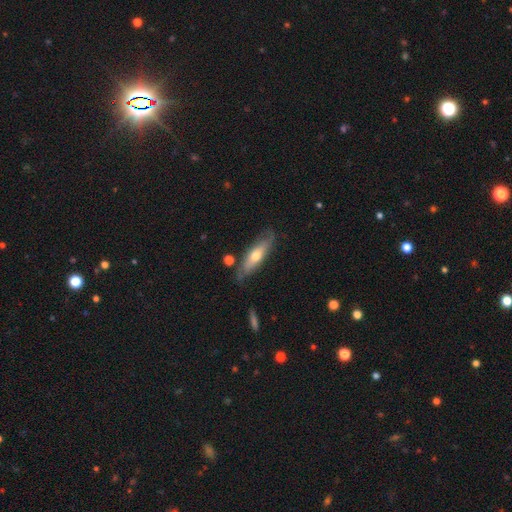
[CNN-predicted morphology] Q: Smooth or featured?
A: smooth (49%); runner-up: featured or disk (45%)
Q: Merging?
A: none (72%); runner-up: minor disturbance (20%)